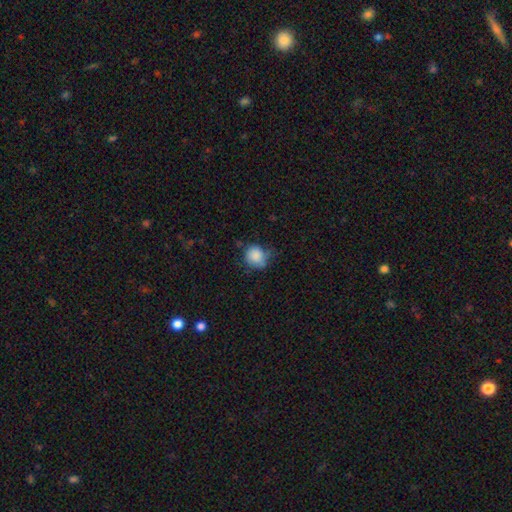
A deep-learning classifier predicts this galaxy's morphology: smooth 84%, star or artifact 8%, featured or disk 7%. Down the decision tree: how rounded — round (80%); merging — none (53%).